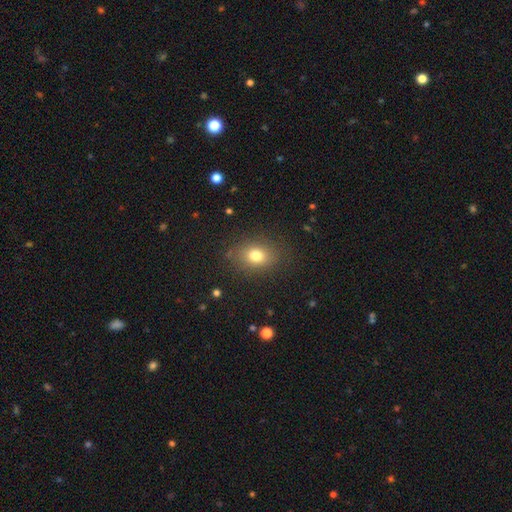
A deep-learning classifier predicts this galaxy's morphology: The model was most divided on "how rounded": in between: 61%, round: 37%, cigar-shaped: 1%. More confident: merging — none (83%); smooth or featured — smooth (77%).